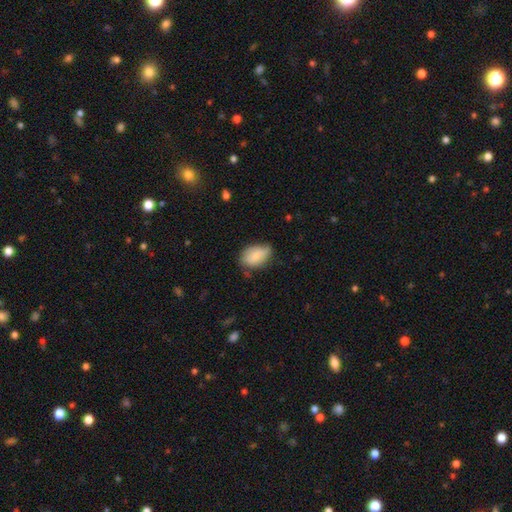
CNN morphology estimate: A smooth galaxy with no disk features (81%) that is in between round and cigar-shaped (83%). Merging: none (55%).